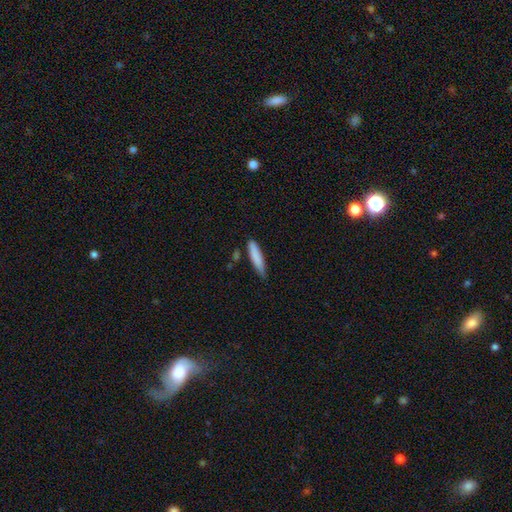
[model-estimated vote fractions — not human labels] Q: Smooth or featured?
A: smooth (84%); runner-up: featured or disk (10%)
Q: How rounded?
A: cigar-shaped (82%); runner-up: in between (17%)
Q: Merging?
A: none (70%); runner-up: minor disturbance (23%)